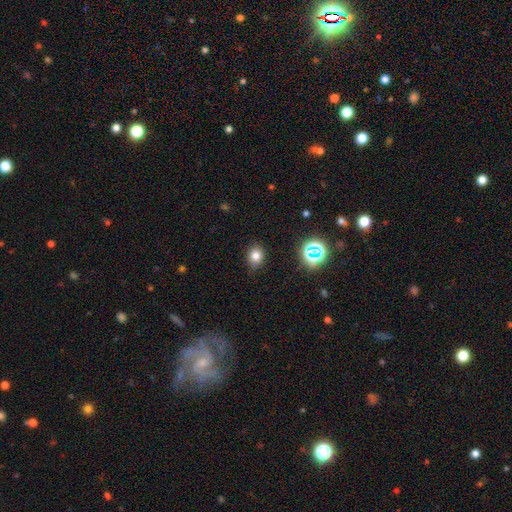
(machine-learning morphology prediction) smooth_or_featured: smooth (p=0.76) [alt: star or artifact p=0.17]
how_rounded: round (p=0.66) [alt: in between p=0.33]
merging: none (p=0.80) [alt: minor disturbance p=0.16]